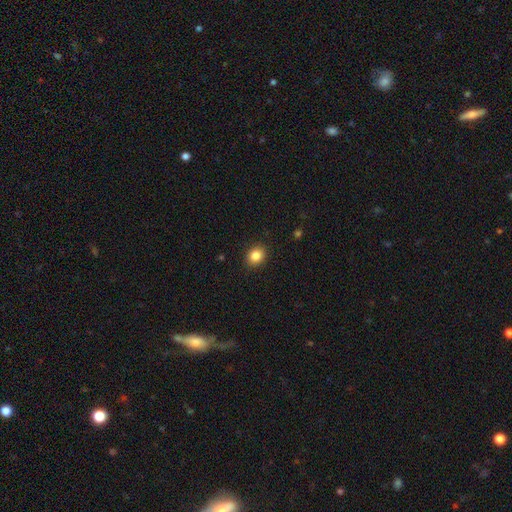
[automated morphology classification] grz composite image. It shows a smooth galaxy with no disk features (85%) that is round (57%). Merging: none (90%).